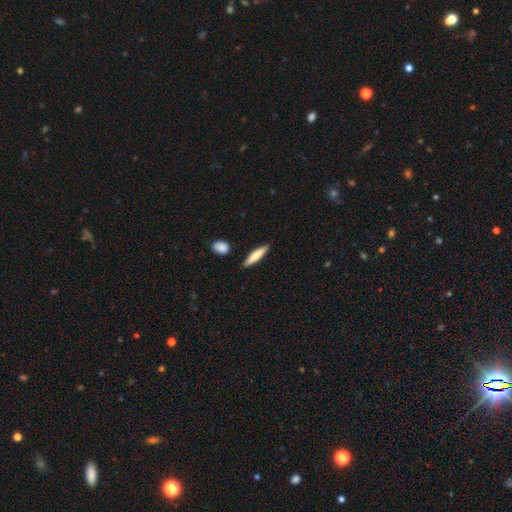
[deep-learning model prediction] Morphology: type=smooth (75%); roundness=cigar-shaped (86%); merging=none (87%).